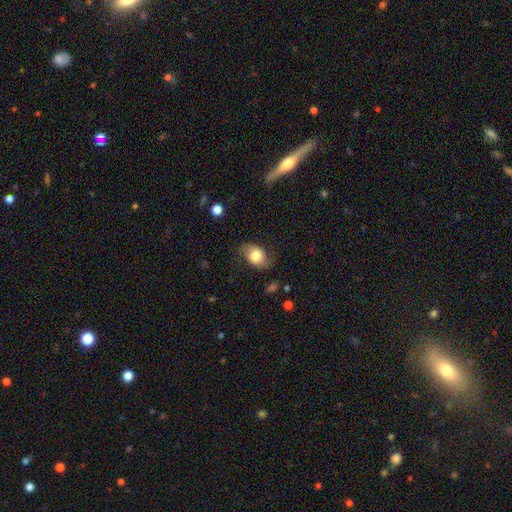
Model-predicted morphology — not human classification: A smooth galaxy with no disk features (61%) that is in between round and cigar-shaped (70%).

Vote fractions:
- Smooth or featured? smooth: 61% / featured or disk: 30% / star or artifact: 8%
- How rounded? in between: 70% / round: 28% / cigar-shaped: 1%
- Merging? none: 69% / minor disturbance: 21% / major disturbance: 9% / merger: 1%